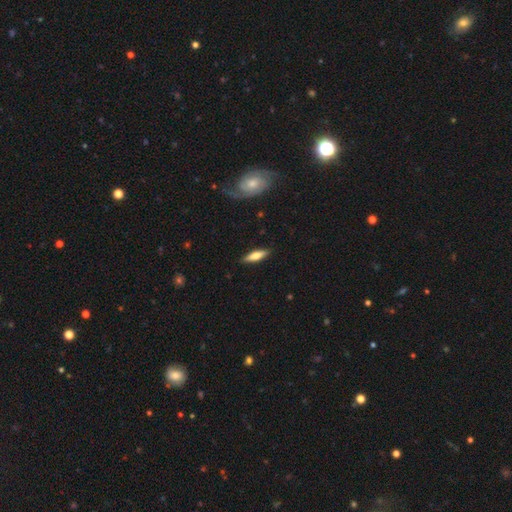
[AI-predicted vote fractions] Overall: smooth (57%; featured or disk 37%). How rounded: cigar-shaped (58%; in between 40%). Merging: none (87%).